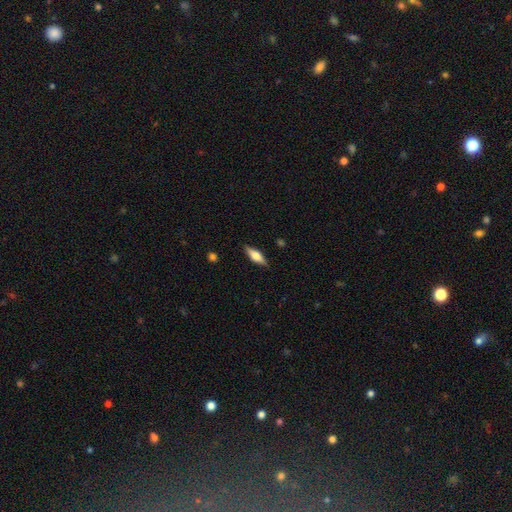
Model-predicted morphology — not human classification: Smooth or featured?
  - smooth: 53% *
  - featured or disk: 41%
  - star or artifact: 6%
How rounded?
  - in between: 56% *
  - cigar-shaped: 42%
  - round: 3%
Merging?
  - none: 86% *
  - minor disturbance: 11%
  - major disturbance: 2%
  - merger: 1%